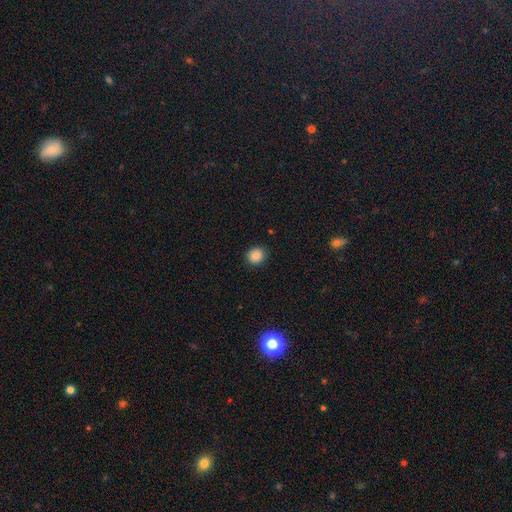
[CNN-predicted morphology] A smooth galaxy with no disk features (86%) that is round (83%). Merging: none (89%).